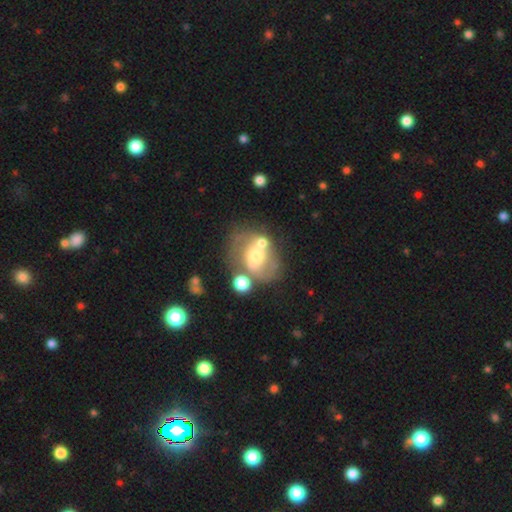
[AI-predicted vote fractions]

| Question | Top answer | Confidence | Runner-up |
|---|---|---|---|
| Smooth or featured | featured or disk | 60% | smooth (30%) |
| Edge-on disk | no | 96% | yes (4%) |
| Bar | no | 49% | weak (33%) |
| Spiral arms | yes | 52% | no (48%) |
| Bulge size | moderate | 60% | small (23%) |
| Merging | none | 45% | merger (24%) |